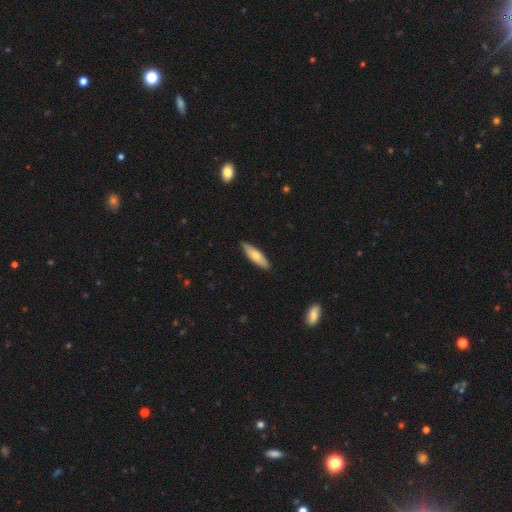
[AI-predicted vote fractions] This is likely a smooth galaxy (69%). How rounded: possibly cigar-shaped (57%). Merging: clearly none (88%).